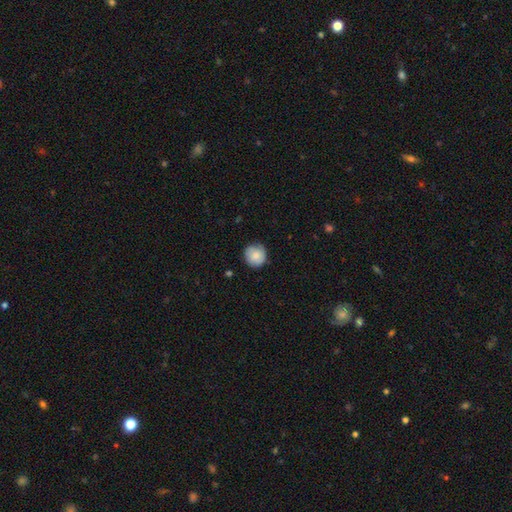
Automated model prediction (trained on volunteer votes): This is likely a smooth galaxy (79%). How rounded: clearly round (93%). Merging: clearly none (80%).